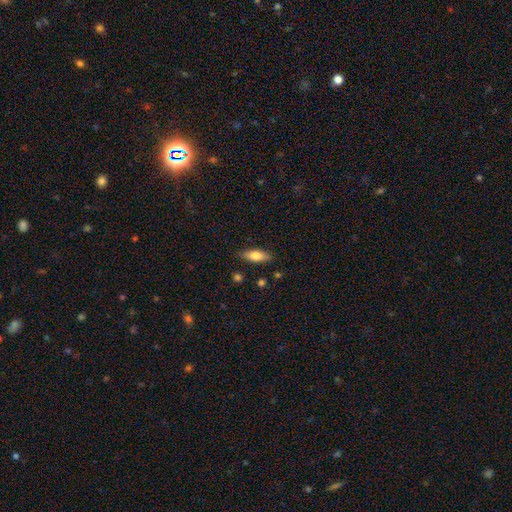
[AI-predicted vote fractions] Overall: smooth (78%). How rounded: in between (72%). Merging: none (83%).